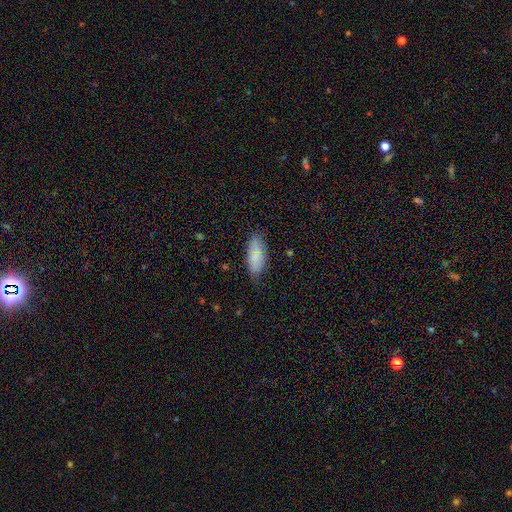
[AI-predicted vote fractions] smooth 79%, featured or disk 13%, star or artifact 8%. Down the decision tree: how rounded — in between (85%); merging — none (76%).